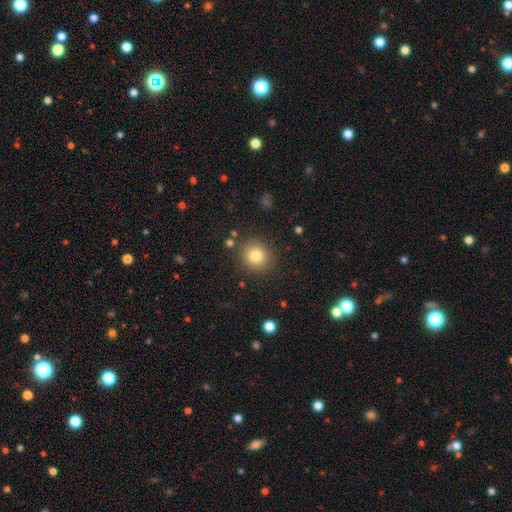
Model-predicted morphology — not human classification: This is clearly a smooth galaxy (80%). How rounded: clearly round (86%). Merging: clearly none (87%).